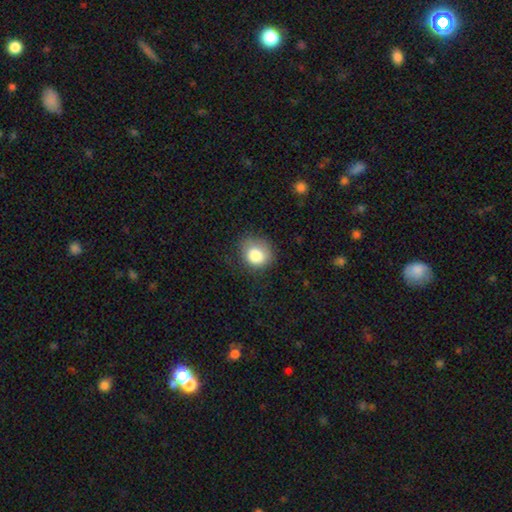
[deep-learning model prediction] Morphology: type=smooth (83%); roundness=round (73%); merging=none (63%).